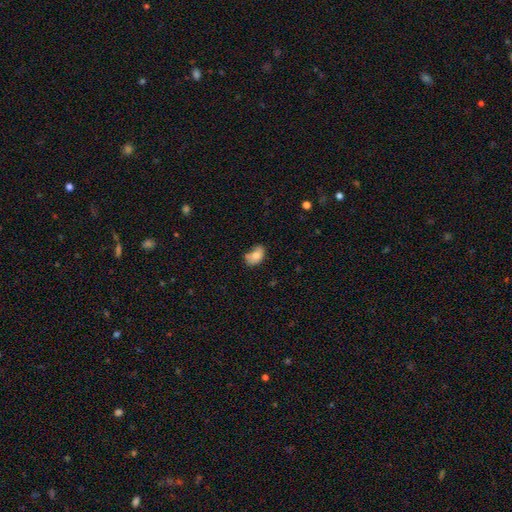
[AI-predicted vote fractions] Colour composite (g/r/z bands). It shows a smooth galaxy with no disk features (73%) that is in between round and cigar-shaped (81%). Merging: none (44%).